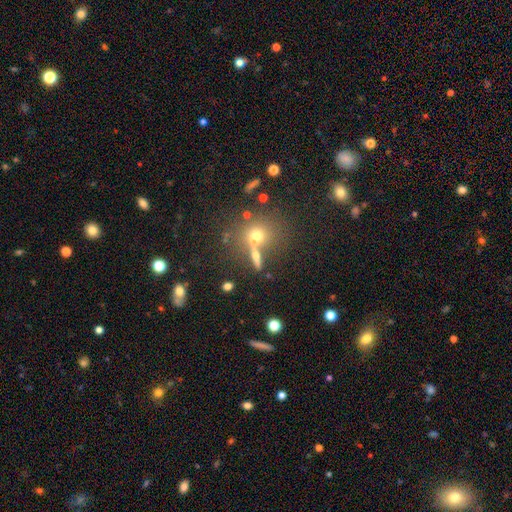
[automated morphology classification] This appears to be a smooth galaxy with no disk features (47%). Merging: none (54%).